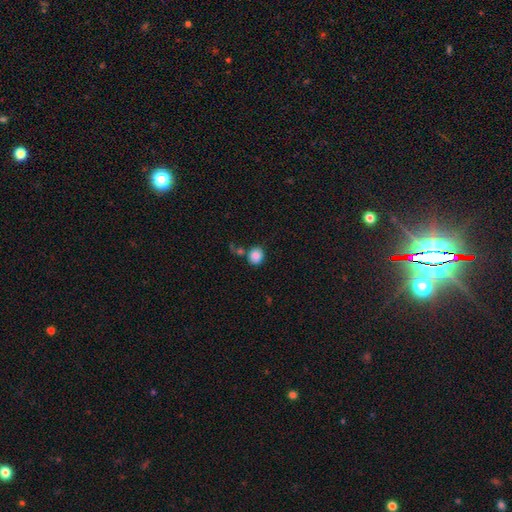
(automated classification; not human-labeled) smooth 87%, star or artifact 9%, featured or disk 4%. Down the decision tree: how rounded — round (80%); merging — none (69%).